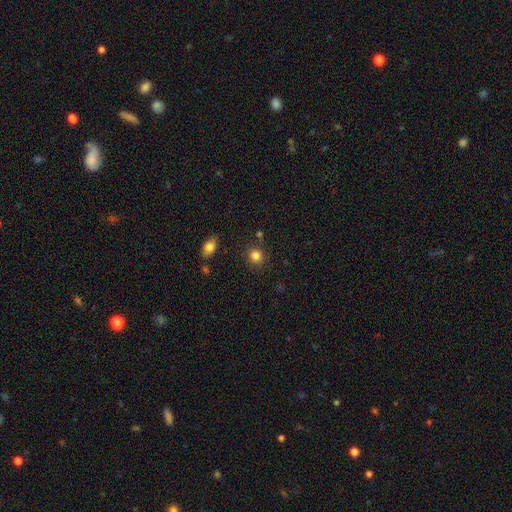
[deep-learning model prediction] Smooth or featured?
  - smooth: 84% *
  - star or artifact: 11%
  - featured or disk: 5%
How rounded?
  - round: 85% *
  - in between: 14%
  - cigar-shaped: 1%
Merging?
  - none: 84% *
  - minor disturbance: 9%
  - merger: 4%
  - major disturbance: 3%